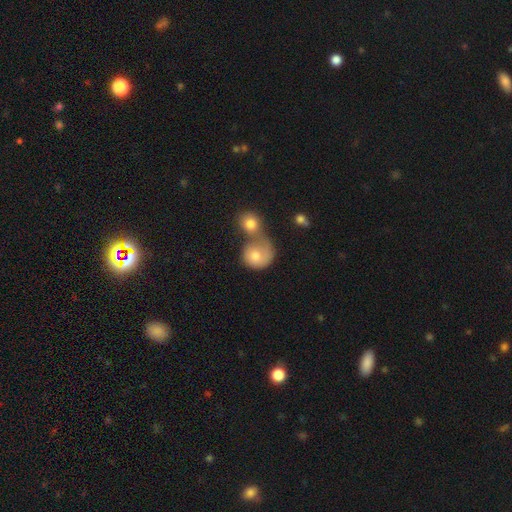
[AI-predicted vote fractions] This appears to be a smooth galaxy with no disk features (69%) that is round (79%). Merging: merger (65%).